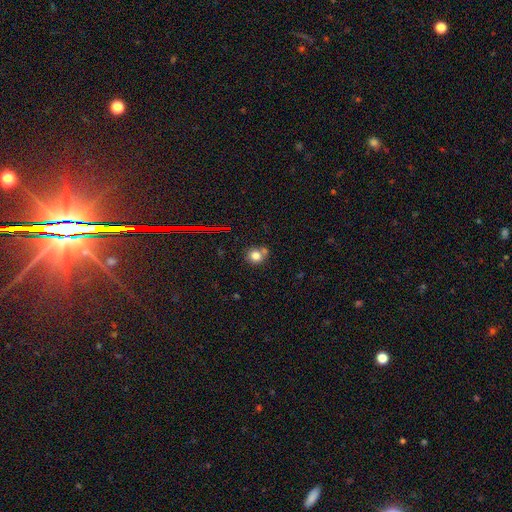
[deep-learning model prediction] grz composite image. It shows a smooth galaxy with no disk features (76%) that is round (84%). Merging: none (60%).